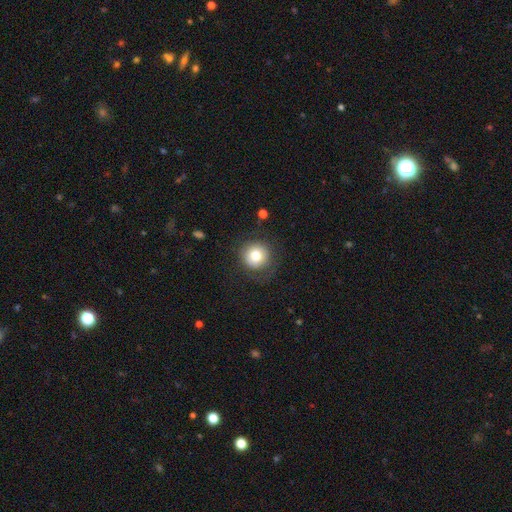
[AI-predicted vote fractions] This is likely a smooth galaxy (77%). How rounded: clearly round (94%). Merging: likely none (79%).